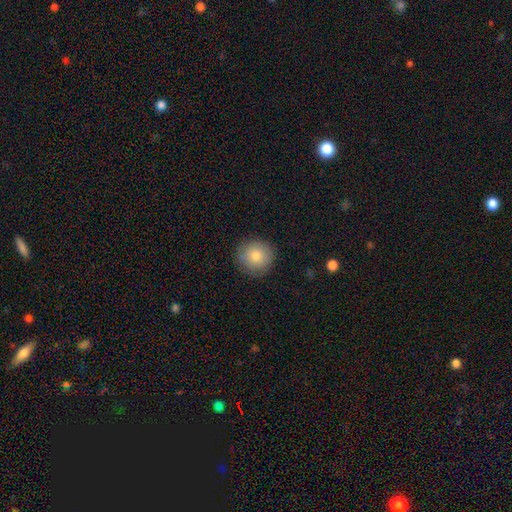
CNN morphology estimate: Smooth or featured? Predicted: smooth (p=0.81). How rounded? Predicted: round (p=0.93). Merging? Predicted: none (p=0.89).